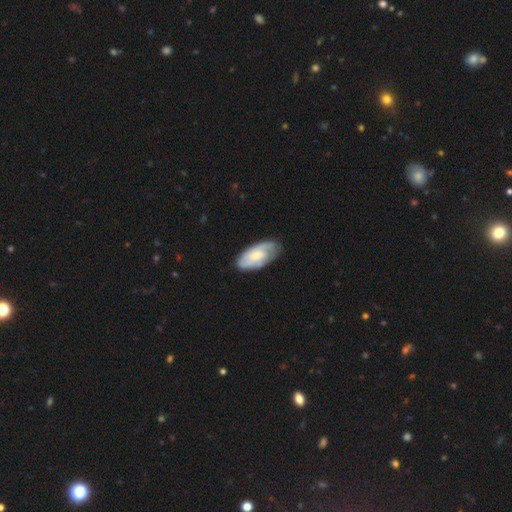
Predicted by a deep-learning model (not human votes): smooth_or_featured: featured or disk (p=0.56) [alt: smooth p=0.38]
disk_edge_on: no (p=0.93) [alt: yes p=0.07]
bar: no (p=0.65) [alt: weak p=0.30]
has_spiral_arms: yes (p=0.84) [alt: no p=0.16]
bulge_size: moderate (p=0.45) [alt: small p=0.40]
merging: none (p=0.73) [alt: minor disturbance p=0.21]